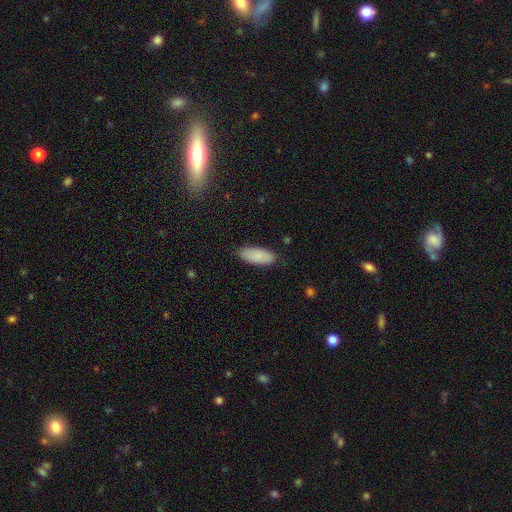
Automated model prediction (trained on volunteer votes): Overall: smooth (87%). How rounded: in between (85%). Merging: none (81%).